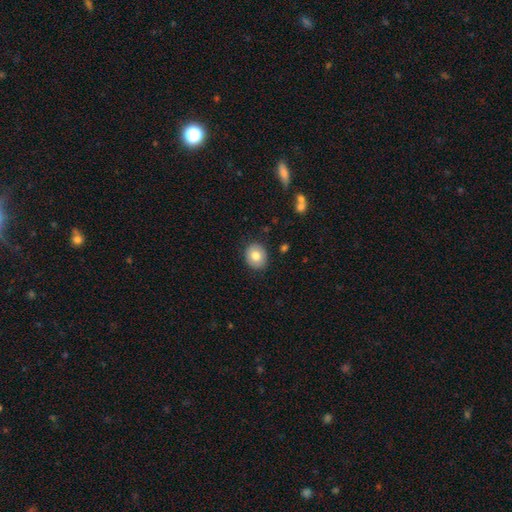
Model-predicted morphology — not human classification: Smooth or featured: smooth — 79% (featured or disk — 13%)
How rounded: round — 67% (in between — 33%)
Merging: none — 88% (minor disturbance — 8%)